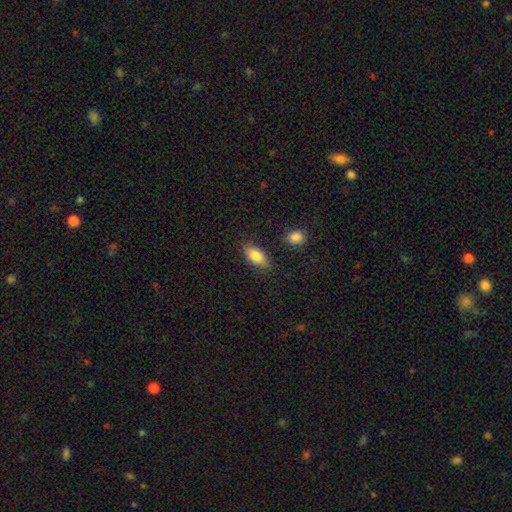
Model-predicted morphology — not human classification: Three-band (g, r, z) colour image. It shows a smooth galaxy with no disk features (84%) that is in between round and cigar-shaped (88%). Merging: none (83%).